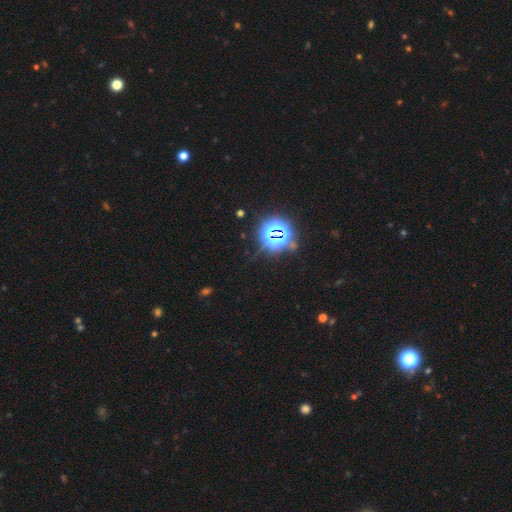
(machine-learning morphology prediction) A star or artifact, not a galaxy (81%).